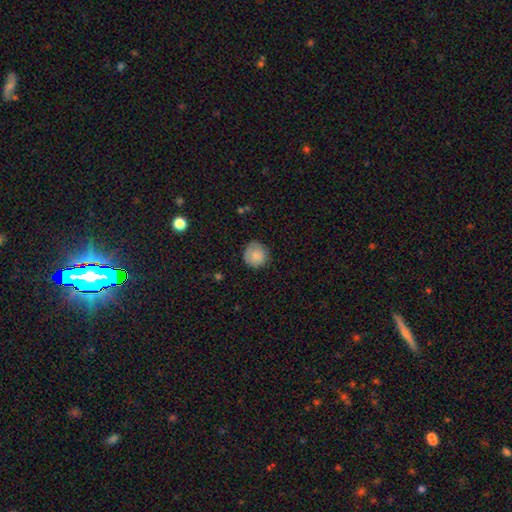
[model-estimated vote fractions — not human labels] Smooth or featured? Predicted: smooth (p=0.82). How rounded? Predicted: round (p=0.91). Merging? Predicted: none (p=0.78).